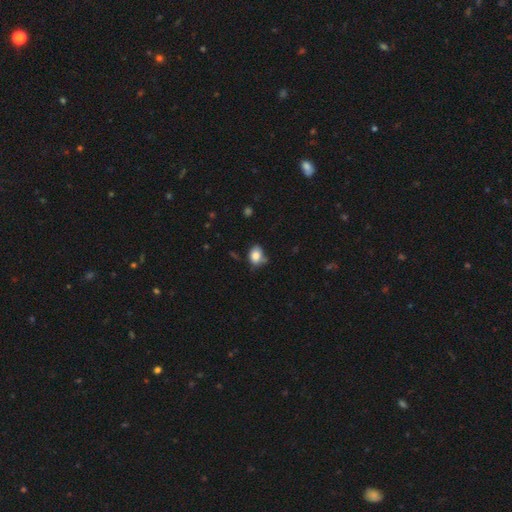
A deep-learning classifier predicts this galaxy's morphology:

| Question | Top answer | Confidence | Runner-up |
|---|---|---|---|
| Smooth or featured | smooth | 82% | star or artifact (9%) |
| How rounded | in between | 62% | round (37%) |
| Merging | none | 61% | minor disturbance (26%) |